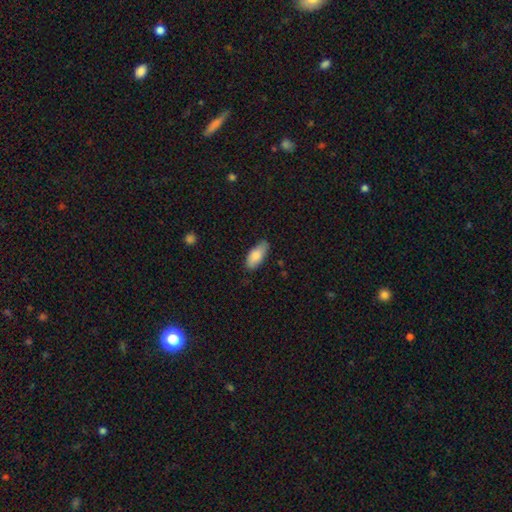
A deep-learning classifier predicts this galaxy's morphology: Overall: smooth (85%). How rounded: in between (89%). Merging: none (78%).